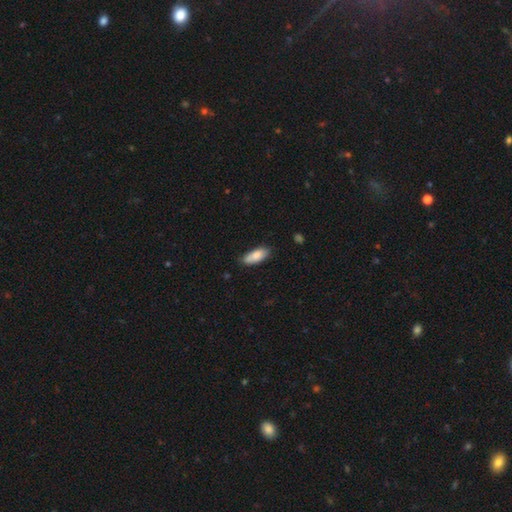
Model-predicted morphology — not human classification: smooth 86%, featured or disk 8%, star or artifact 6%. Down the decision tree: how rounded — in between (80%); merging — none (78%).